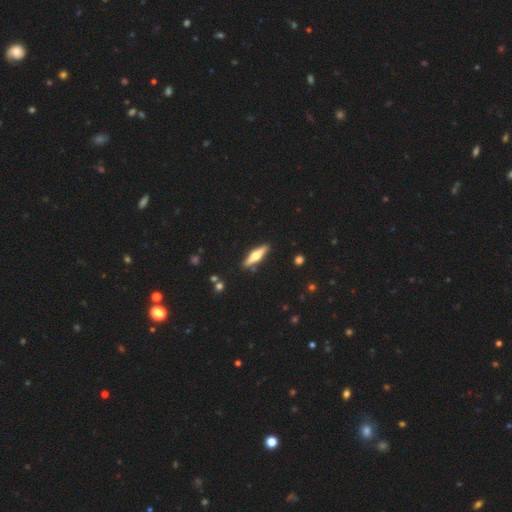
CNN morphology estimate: smooth-or-featured: featured or disk: 60% | smooth: 34% | star or artifact: 6%
  disk-edge-on: yes: 95% | no: 5%
    edge-on-bulge: rounded: 94% | boxy: 4% | none: 3%
  merging: none: 88% | minor disturbance: 8% | merger: 2% | major disturbance: 2%